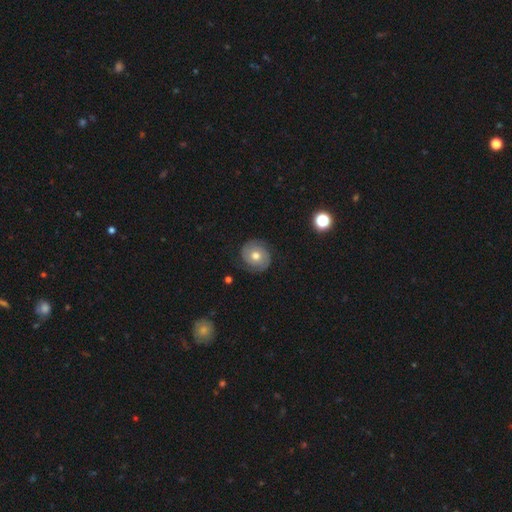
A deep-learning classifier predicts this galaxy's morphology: Smooth or featured? Predicted: featured or disk (p=0.66). Edge-on disk? Predicted: no (p=0.98). Bar? Predicted: no (p=0.80). Spiral arms? Predicted: yes (p=0.87). Spiral winding? Predicted: tight (p=0.61). Spiral arm count? Predicted: 2 (p=0.85). Bulge size? Predicted: moderate (p=0.78). Merging? Predicted: none (p=0.83).